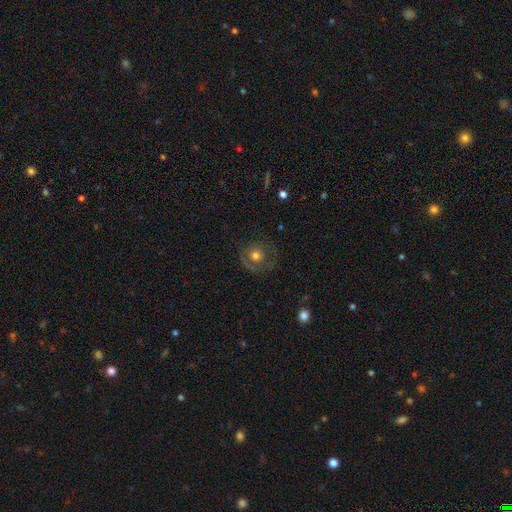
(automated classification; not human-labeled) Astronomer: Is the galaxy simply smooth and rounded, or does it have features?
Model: smooth — 52% (runner-up: featured or disk, 37%).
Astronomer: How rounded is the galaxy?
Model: round — 88%.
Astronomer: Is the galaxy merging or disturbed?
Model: none — 69%.